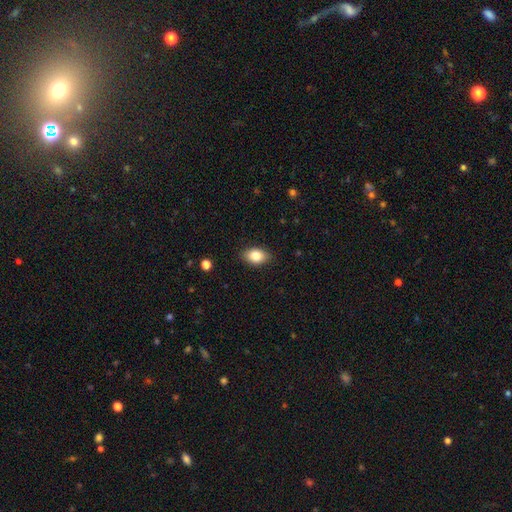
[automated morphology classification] Overall: smooth (84%). How rounded: in between (85%). Merging: none (86%).